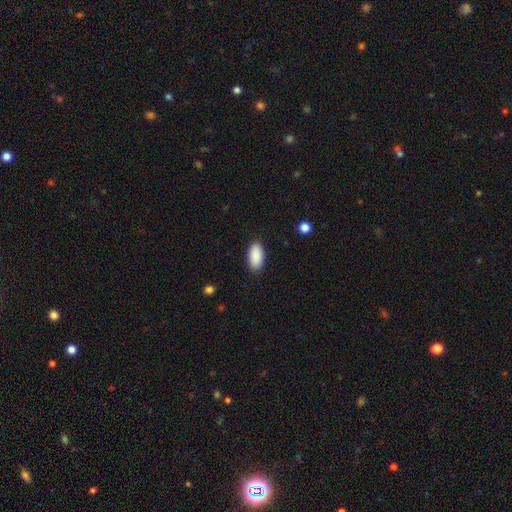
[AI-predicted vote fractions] smooth-or-featured: smooth: 91% | star or artifact: 6% | featured or disk: 3%
  how-rounded: in between: 94% | cigar-shaped: 3% | round: 2%
  merging: none: 89% | minor disturbance: 8% | major disturbance: 2% | merger: 1%